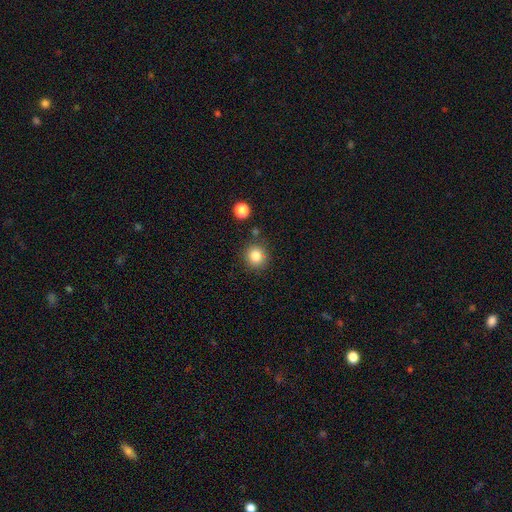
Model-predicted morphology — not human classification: smooth-or-featured: smooth: 84% | star or artifact: 11% | featured or disk: 6%
  how-rounded: round: 86% | in between: 13% | cigar-shaped: 1%
  merging: none: 83% | minor disturbance: 10% | merger: 5% | major disturbance: 3%